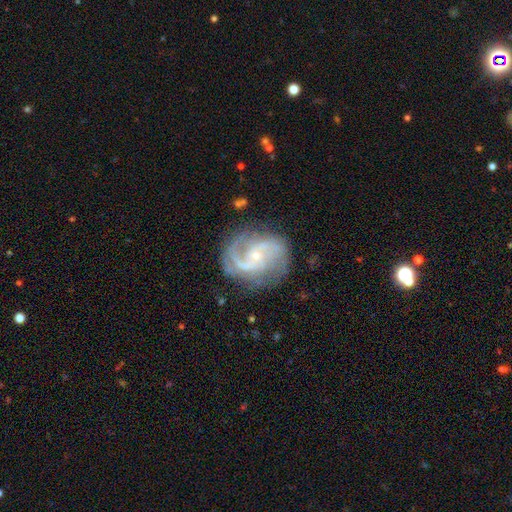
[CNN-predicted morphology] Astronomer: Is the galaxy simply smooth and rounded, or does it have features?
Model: featured or disk — 90%.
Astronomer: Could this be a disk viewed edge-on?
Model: no — 98%.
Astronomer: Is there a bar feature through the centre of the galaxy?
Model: no — 57% (runner-up: weak, 34%).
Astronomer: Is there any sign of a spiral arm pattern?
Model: yes — 97%.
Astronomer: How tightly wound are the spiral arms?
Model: medium — 54%.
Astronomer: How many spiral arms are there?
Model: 2 — 74%.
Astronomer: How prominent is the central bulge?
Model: small — 80%.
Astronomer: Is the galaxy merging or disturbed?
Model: none — 74%.